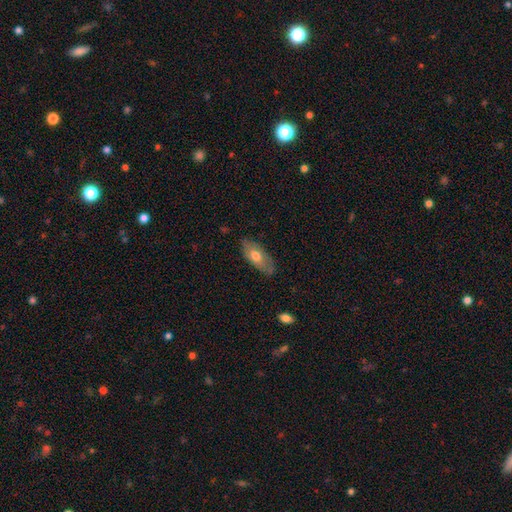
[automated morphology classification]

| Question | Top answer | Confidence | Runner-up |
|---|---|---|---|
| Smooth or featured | smooth | 57% | featured or disk (37%) |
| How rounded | in between | 85% | cigar-shaped (12%) |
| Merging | none | 77% | minor disturbance (18%) |